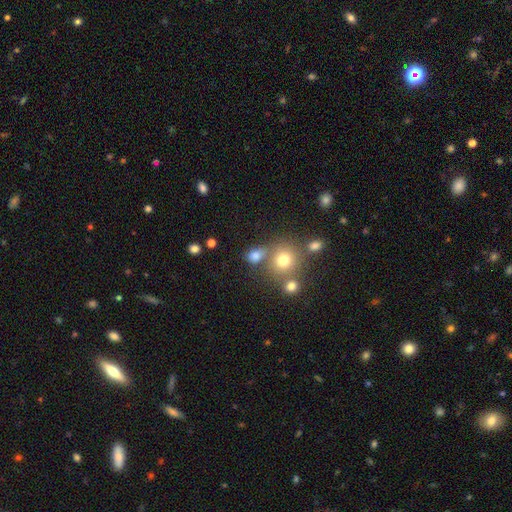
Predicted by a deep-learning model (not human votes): smooth 75%, star or artifact 15%, featured or disk 9%. Down the decision tree: how rounded — round (54%); merging — none (56%).